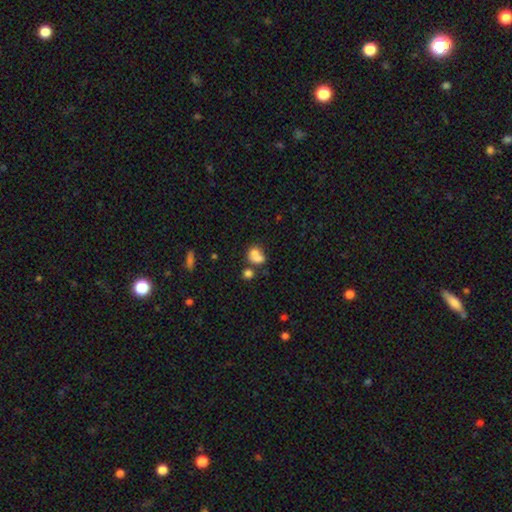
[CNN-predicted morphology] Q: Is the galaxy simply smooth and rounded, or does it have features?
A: smooth — 72%.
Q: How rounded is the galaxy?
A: in between — 50%.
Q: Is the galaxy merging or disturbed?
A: merger — 56%.